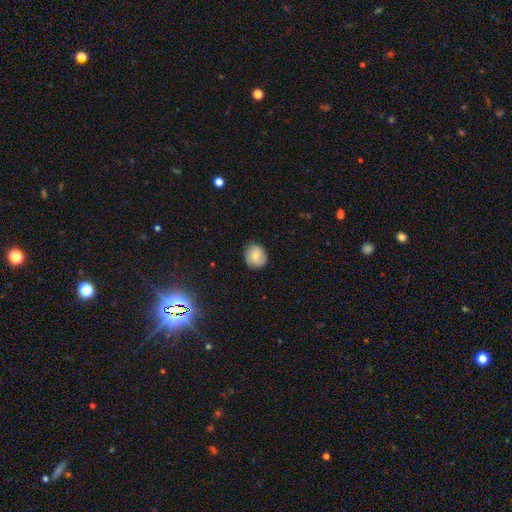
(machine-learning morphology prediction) The model was most divided on "smooth or featured": smooth: 65%, featured or disk: 26%, star or artifact: 9%. More confident: merging — none (79%); how rounded — round (78%).